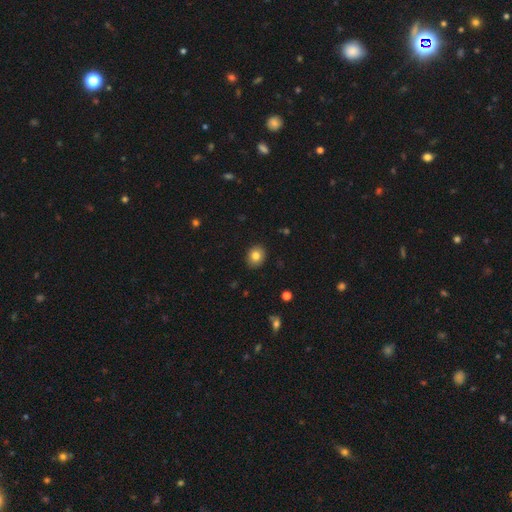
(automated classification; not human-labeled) smooth 81%, star or artifact 10%, featured or disk 9%. Down the decision tree: how rounded — round (65%); merging — none (90%).